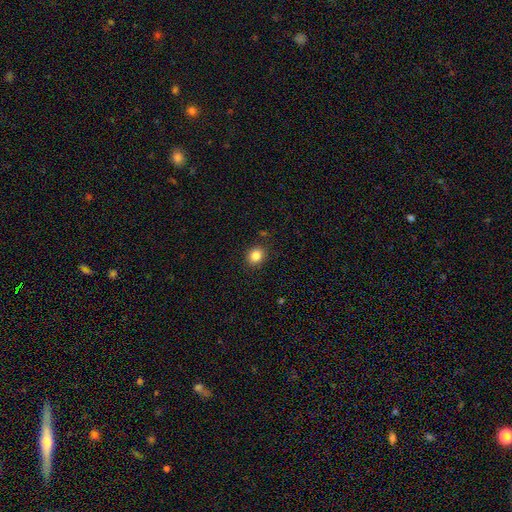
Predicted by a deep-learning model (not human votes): A smooth galaxy with no disk features (84%) that is round (71%). Merging: none (89%).